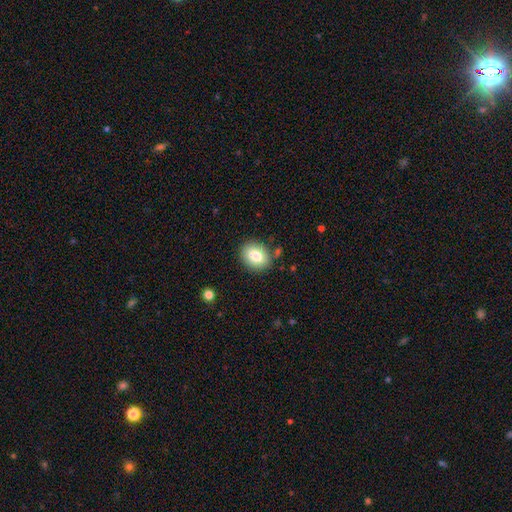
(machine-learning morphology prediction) Smooth or featured? Predicted: smooth (p=0.81). How rounded? Predicted: in between (p=0.62). Merging? Predicted: none (p=0.83).